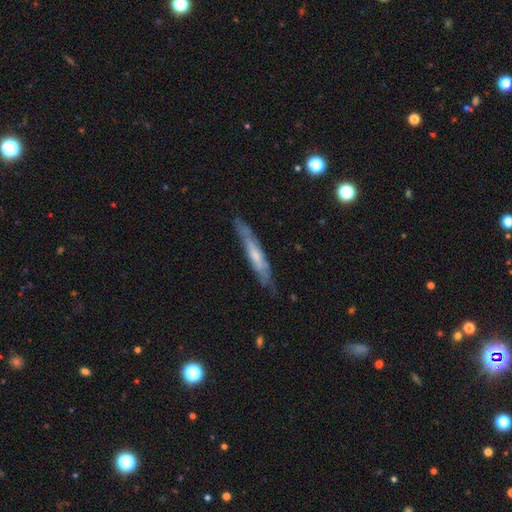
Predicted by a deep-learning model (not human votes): The model was most divided on "smooth or featured": featured or disk: 53%, smooth: 41%, star or artifact: 6%. More confident: edge-on disk — yes (73%); merging — none (72%).